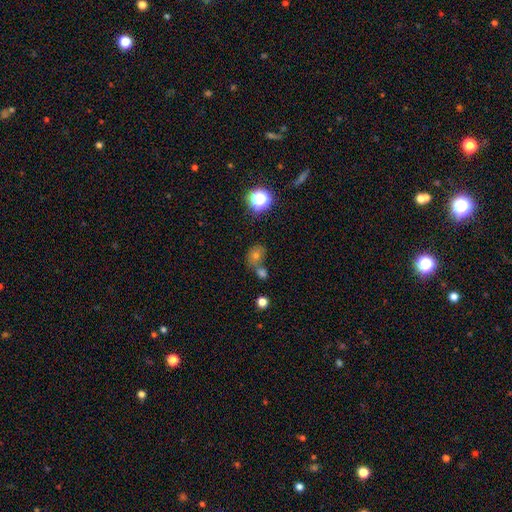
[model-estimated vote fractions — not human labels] Morphology: type=smooth (58%); roundness=round (60%); merging=none (47%).